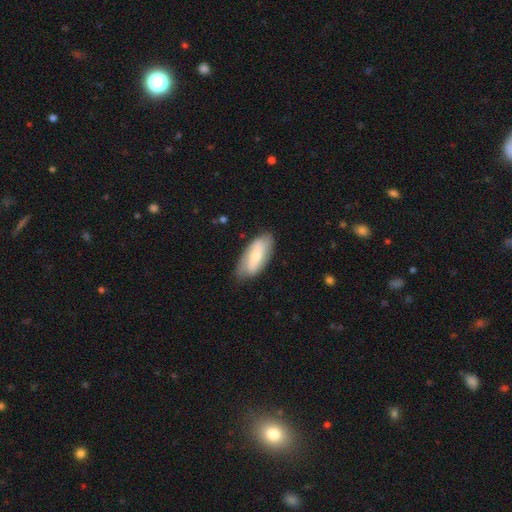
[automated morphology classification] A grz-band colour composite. It shows a smooth galaxy with no disk features (53%) that is in between round and cigar-shaped (85%). Merging: none (75%).